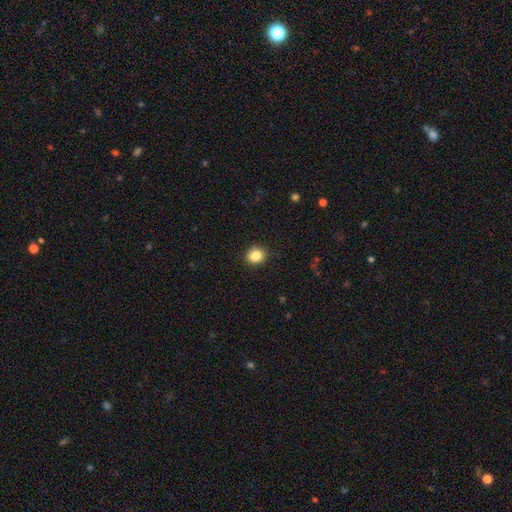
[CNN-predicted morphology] Smooth or featured?
  - smooth: 86% *
  - star or artifact: 10%
  - featured or disk: 4%
How rounded?
  - round: 62% *
  - in between: 37%
  - cigar-shaped: 1%
Merging?
  - none: 85% *
  - minor disturbance: 11%
  - major disturbance: 3%
  - merger: 1%